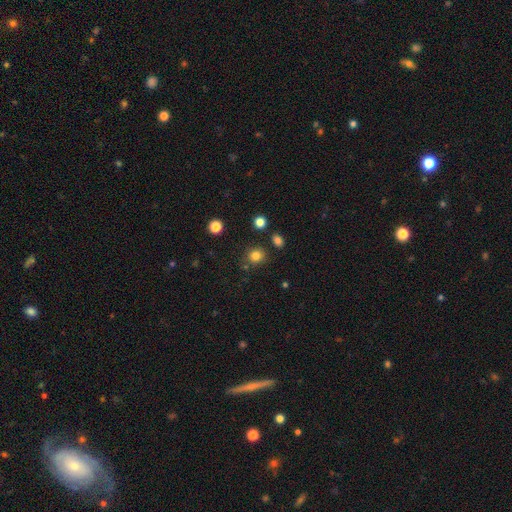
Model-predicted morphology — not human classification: Smooth or featured?
  - smooth: 81% *
  - star or artifact: 13%
  - featured or disk: 5%
How rounded?
  - round: 82% *
  - in between: 17%
  - cigar-shaped: 1%
Merging?
  - none: 82% *
  - minor disturbance: 10%
  - merger: 5%
  - major disturbance: 3%